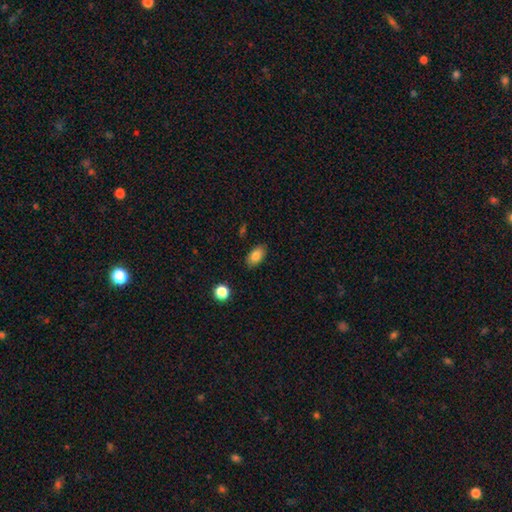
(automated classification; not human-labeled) This appears to be a smooth galaxy with no disk features (83%) that is in between round and cigar-shaped (90%). Merging: none (86%).